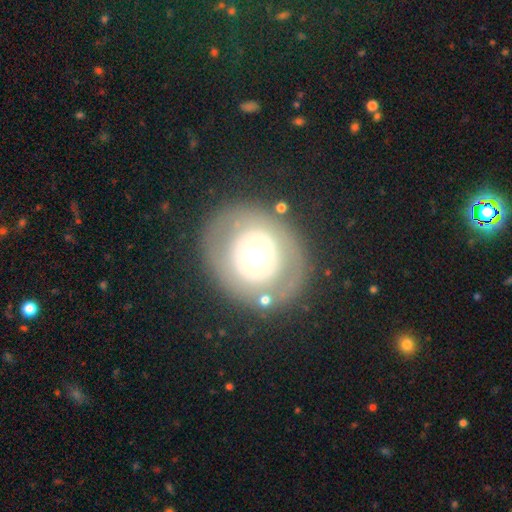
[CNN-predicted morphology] Smooth or featured: featured or disk — 60% (smooth — 34%)
Edge-on disk: no — 96% (yes — 4%)
Bar: no — 83% (weak — 12%)
Spiral arms: no — 82% (yes — 18%)
Bulge size: moderate — 52% (large — 36%)
Merging: none — 75% (minor disturbance — 13%)